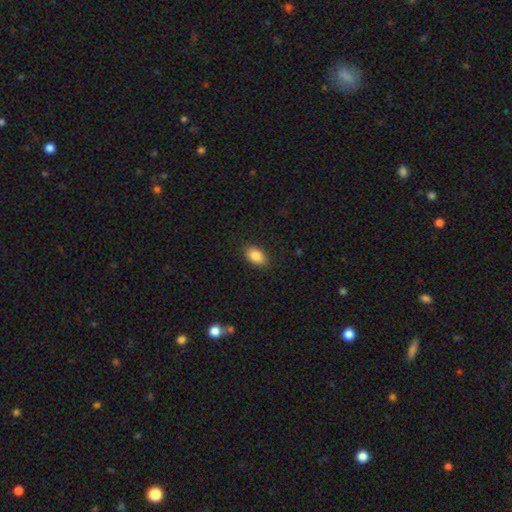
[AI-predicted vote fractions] Overall: smooth (86%). How rounded: in between (90%). Merging: none (88%).